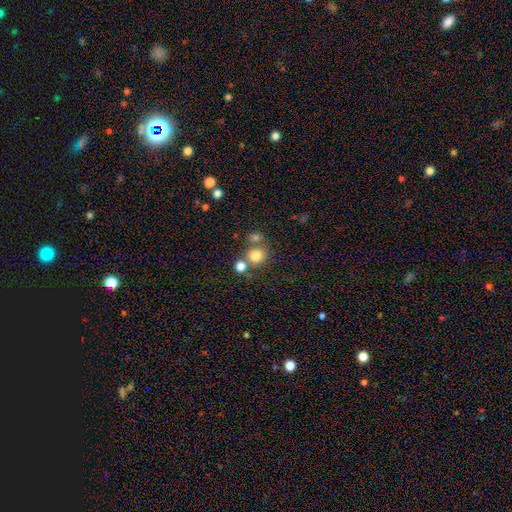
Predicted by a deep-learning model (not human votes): smooth_or_featured: smooth (p=0.79) [alt: star or artifact p=0.13]
how_rounded: round (p=0.86) [alt: in between p=0.13]
merging: none (p=0.63) [alt: merger p=0.25]